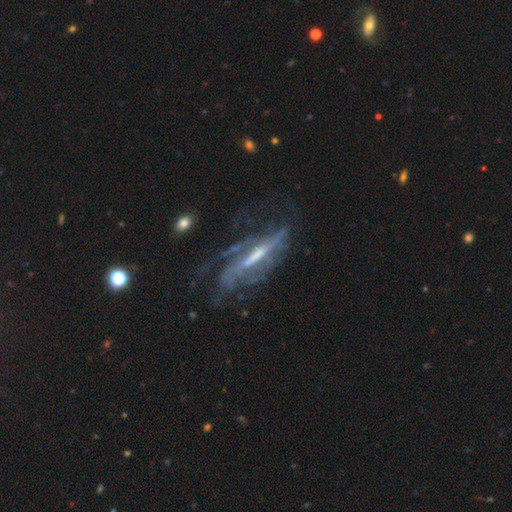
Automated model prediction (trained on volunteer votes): This appears to be a featured or disk galaxy (81%). Merging: none (46%).